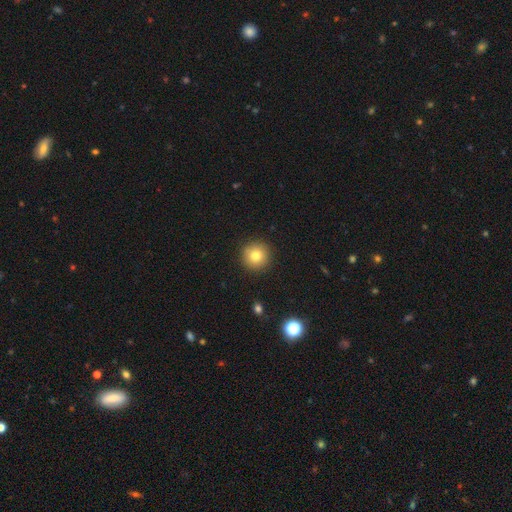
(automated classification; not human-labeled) This appears to be a smooth galaxy with no disk features (80%) that is round (95%). Merging: none (92%).